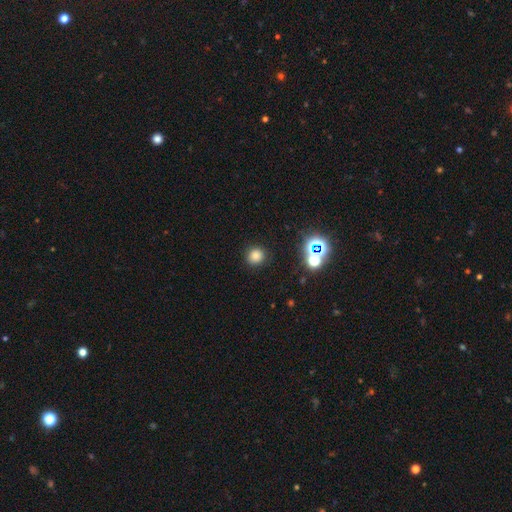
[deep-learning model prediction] Q: Smooth or featured?
A: smooth (77%); runner-up: star or artifact (18%)
Q: How rounded?
A: round (92%); runner-up: in between (7%)
Q: Merging?
A: none (89%); runner-up: minor disturbance (6%)